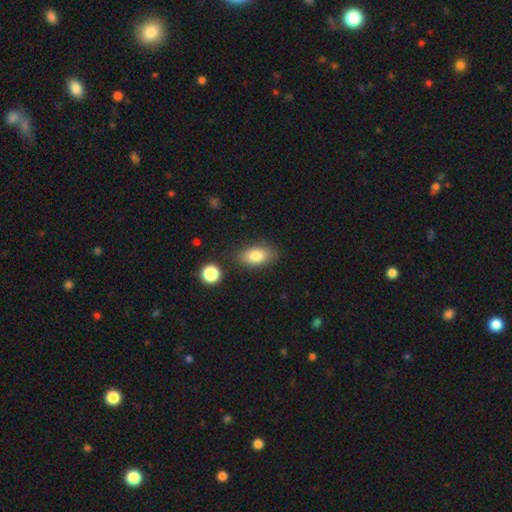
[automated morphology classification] Smooth or featured?
  - smooth: 82% *
  - featured or disk: 10%
  - star or artifact: 8%
How rounded?
  - in between: 88% *
  - round: 7%
  - cigar-shaped: 5%
Merging?
  - none: 82% *
  - minor disturbance: 12%
  - merger: 3%
  - major disturbance: 3%